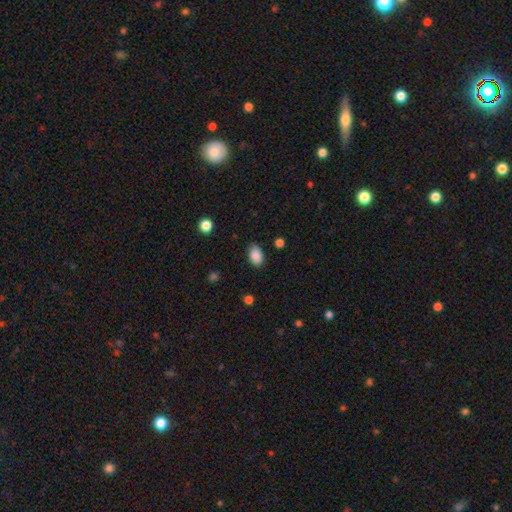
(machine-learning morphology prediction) A smooth galaxy with no disk features (88%) that is in between round and cigar-shaped (88%).

Vote fractions:
- Smooth or featured? smooth: 88% / star or artifact: 8% / featured or disk: 4%
- How rounded? in between: 88% / round: 11% / cigar-shaped: 1%
- Merging? none: 83% / minor disturbance: 13% / major disturbance: 3% / merger: 1%